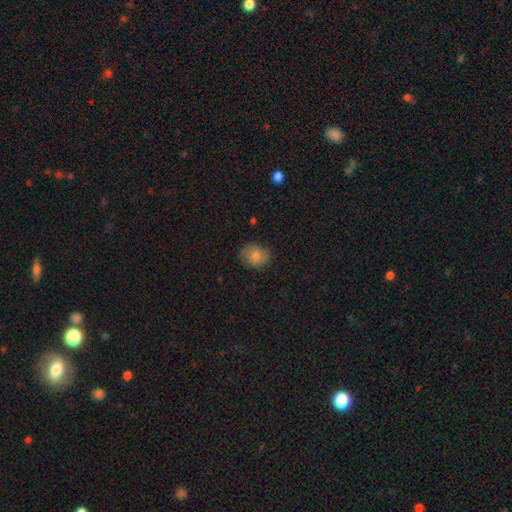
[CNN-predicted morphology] Overall: smooth (81%). How rounded: round (62%; in between 37%). Merging: none (79%).